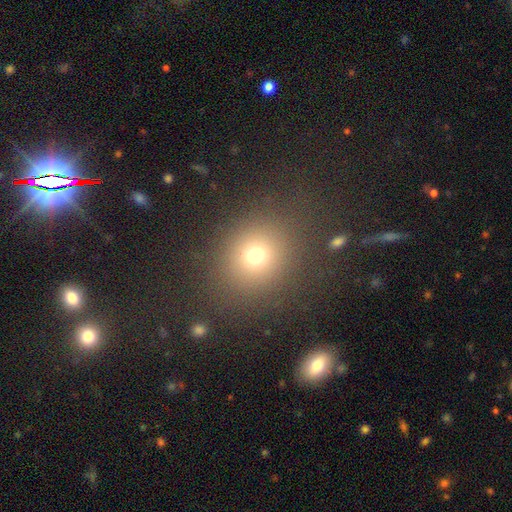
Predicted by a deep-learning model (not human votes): Smooth or featured? Predicted: smooth (p=0.72). How rounded? Predicted: round (p=0.80). Merging? Predicted: none (p=0.83).